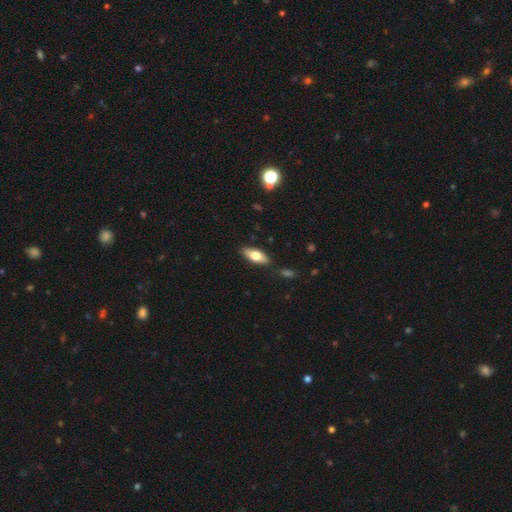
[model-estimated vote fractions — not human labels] Morphology: type=smooth (70%); roundness=in between (75%); merging=none (85%).